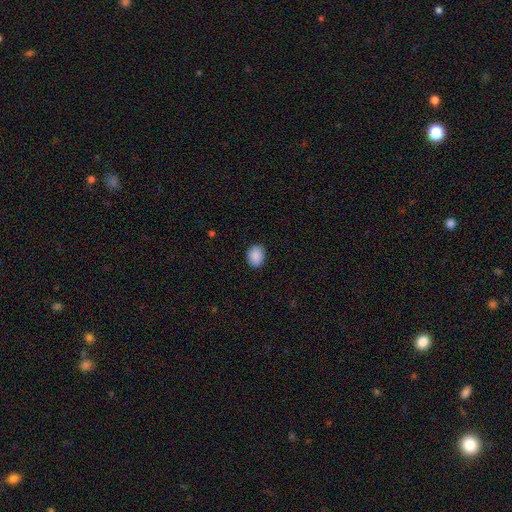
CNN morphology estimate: The model was most divided on "how rounded": in between: 59%, round: 40%, cigar-shaped: 1%. More confident: smooth or featured — smooth (90%); merging — none (88%).